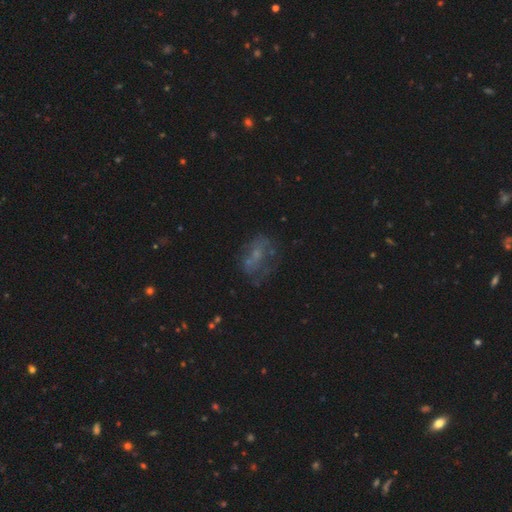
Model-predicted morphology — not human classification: smooth-or-featured: featured or disk: 44% | smooth: 34% | star or artifact: 22%
  merging: none: 49% | major disturbance: 23% | minor disturbance: 21% | merger: 7%